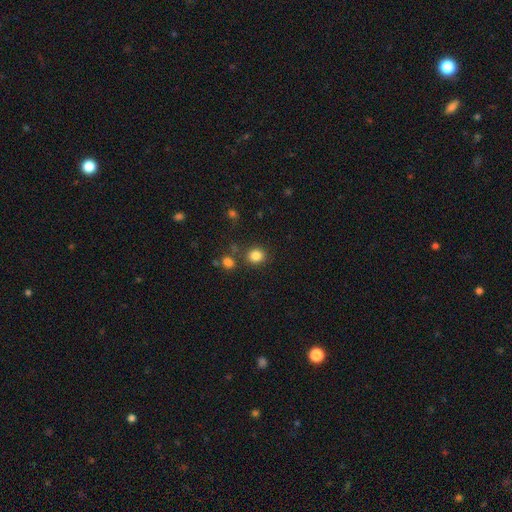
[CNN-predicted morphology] smooth_or_featured: smooth (p=0.84) [alt: star or artifact p=0.12]
how_rounded: round (p=0.83) [alt: in between p=0.16]
merging: none (p=0.81) [alt: minor disturbance p=0.09]